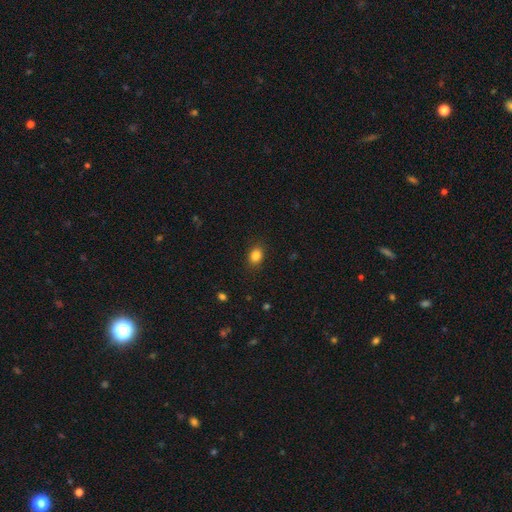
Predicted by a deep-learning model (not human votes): Smooth or featured?
  - smooth: 85% *
  - star or artifact: 10%
  - featured or disk: 5%
How rounded?
  - in between: 60% *
  - round: 39%
  - cigar-shaped: 1%
Merging?
  - none: 87% *
  - minor disturbance: 10%
  - major disturbance: 3%
  - merger: 1%